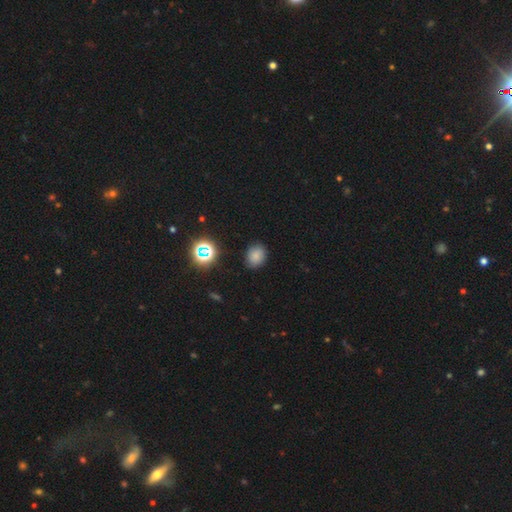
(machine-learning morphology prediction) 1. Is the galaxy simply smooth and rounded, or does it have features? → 76% smooth, 16% star or artifact, 8% featured or disk.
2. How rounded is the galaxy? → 50% round, 49% in between, 1% cigar-shaped.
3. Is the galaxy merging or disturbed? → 82% none, 13% minor disturbance, 3% major disturbance, 2% merger.